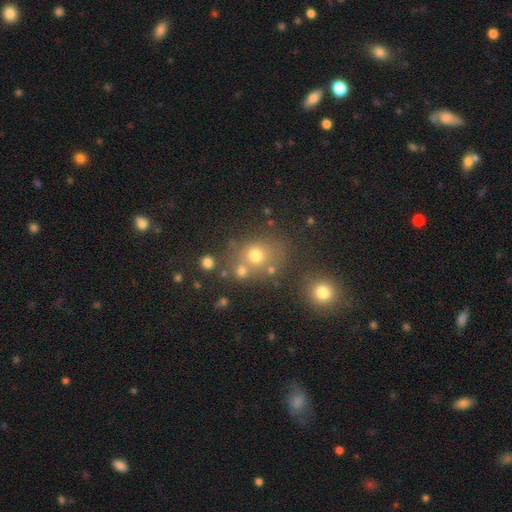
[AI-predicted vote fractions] Overall: smooth (67%). How rounded: round (72%). Merging: none (61%; merger 22%).